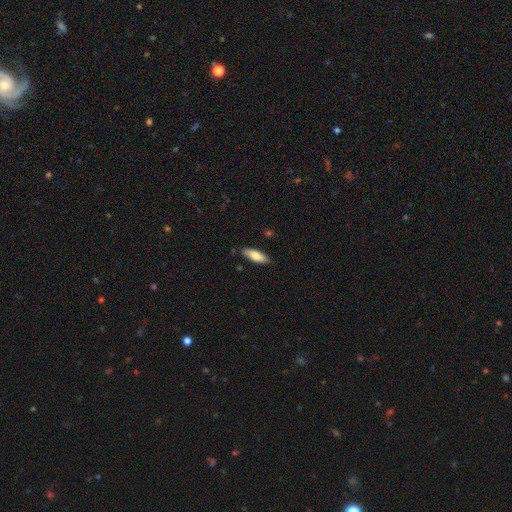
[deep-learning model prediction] Smooth or featured: smooth — 79% (featured or disk — 16%)
How rounded: in between — 61% (cigar-shaped — 37%)
Merging: none — 85% (minor disturbance — 12%)